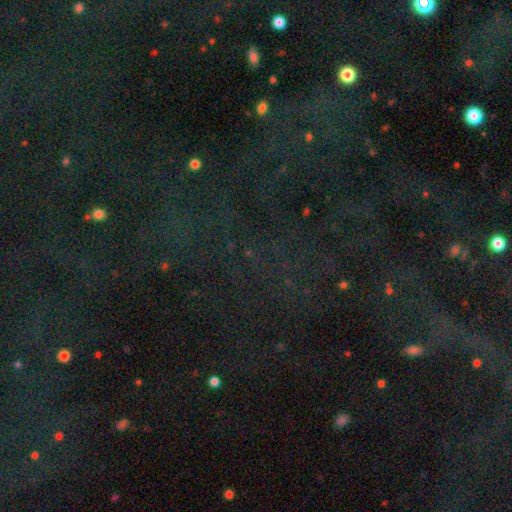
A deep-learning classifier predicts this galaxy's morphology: This appears to be a star or artifact, not a galaxy (76%).